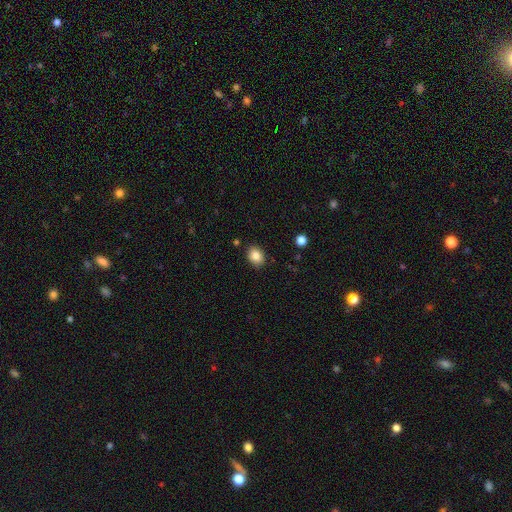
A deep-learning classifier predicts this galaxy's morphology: This is clearly a smooth galaxy (84%). How rounded: possibly in between (56%). Merging: clearly none (87%).